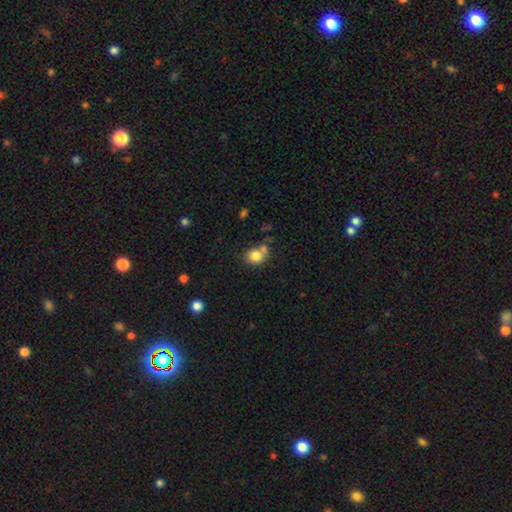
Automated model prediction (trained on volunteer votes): smooth-or-featured: smooth: 81% | star or artifact: 10% | featured or disk: 9%
  how-rounded: round: 67% | in between: 32% | cigar-shaped: 1%
  merging: none: 55% | merger: 22% | minor disturbance: 17% | major disturbance: 6%